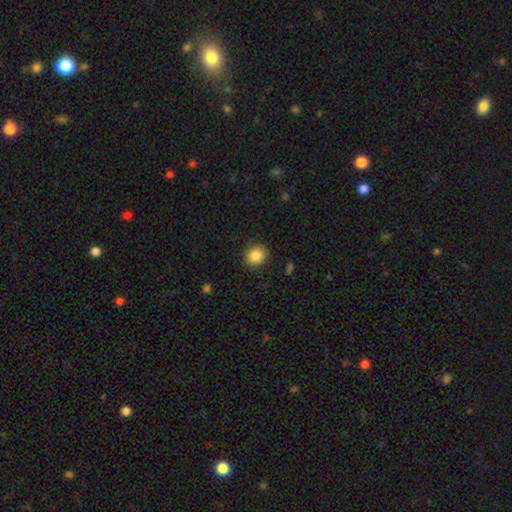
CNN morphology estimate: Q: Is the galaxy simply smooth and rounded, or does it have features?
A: smooth — 86%.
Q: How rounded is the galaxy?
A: round — 76%.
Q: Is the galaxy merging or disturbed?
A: none — 89%.